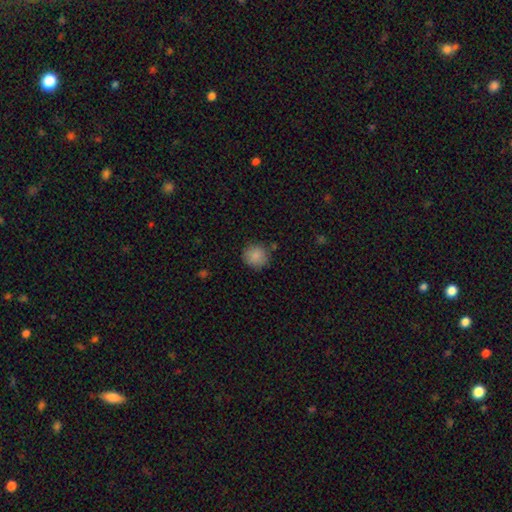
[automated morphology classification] Q: Smooth or featured?
A: smooth (88%); runner-up: star or artifact (8%)
Q: How rounded?
A: round (91%); runner-up: in between (8%)
Q: Merging?
A: none (82%); runner-up: minor disturbance (12%)